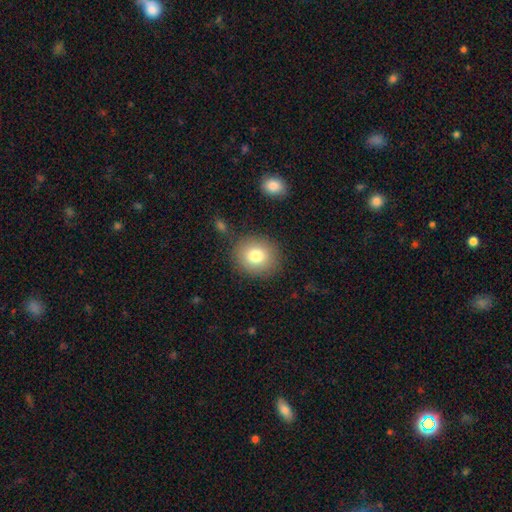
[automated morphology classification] Smooth or featured? smooth (80%)
How rounded? round (75%)
Merging? none (84%)